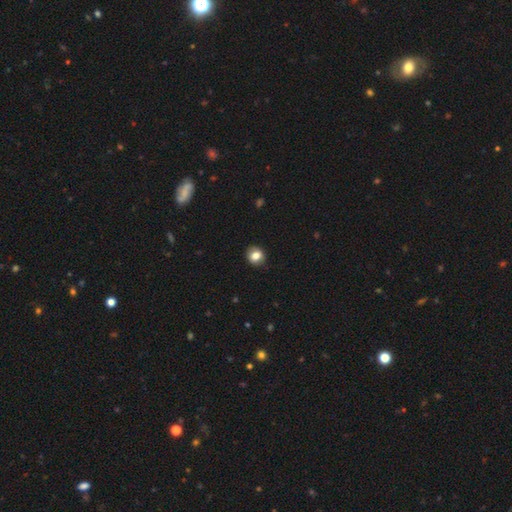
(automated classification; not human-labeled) This appears to be a smooth galaxy with no disk features (81%) that is round (72%). Merging: none (87%).